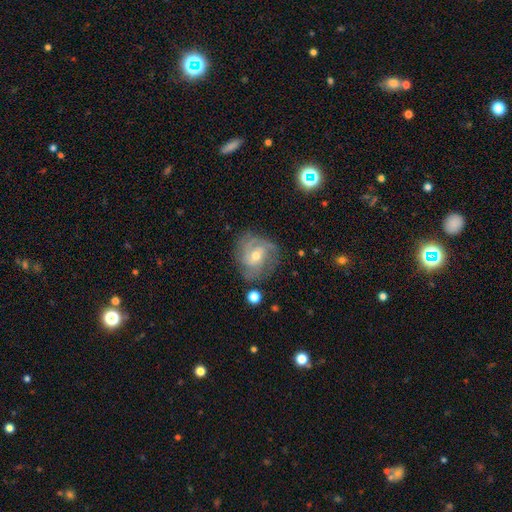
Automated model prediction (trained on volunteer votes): Morphology: type=featured or disk (79%); edge-on=no (97%); bar=no (50%); spiral arms=yes (93%); winding=tight (48%); arm count=3 (34%); bulge=moderate (54%); merging=none (71%).